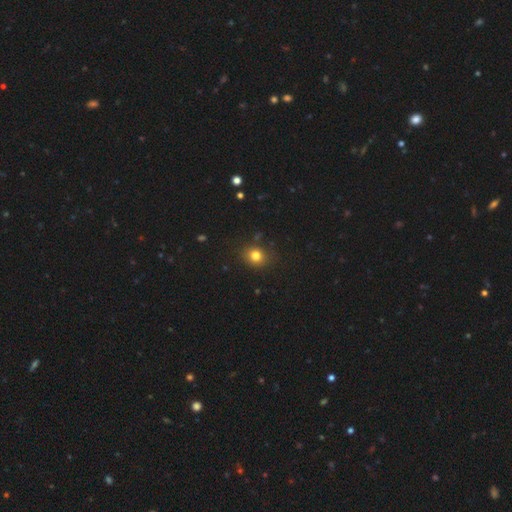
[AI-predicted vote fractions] A smooth galaxy with no disk features (79%) that is round (71%).

Vote fractions:
- Smooth or featured? smooth: 79% / star or artifact: 14% / featured or disk: 7%
- How rounded? round: 71% / in between: 28% / cigar-shaped: 1%
- Merging? none: 84% / minor disturbance: 11% / major disturbance: 3% / merger: 2%